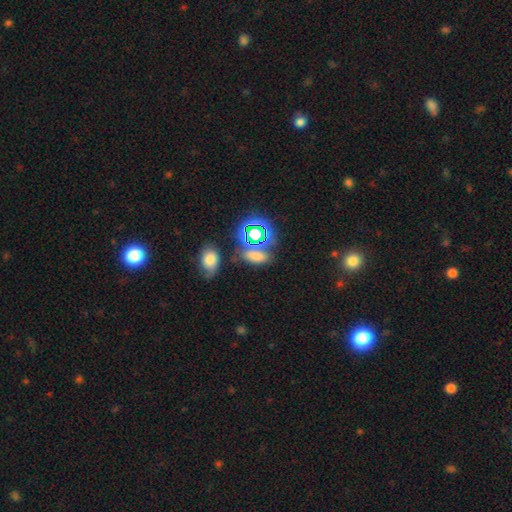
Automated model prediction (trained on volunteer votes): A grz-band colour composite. It shows a smooth galaxy with no disk features (54%) that is in between round and cigar-shaped (74%). Merging: none (66%).